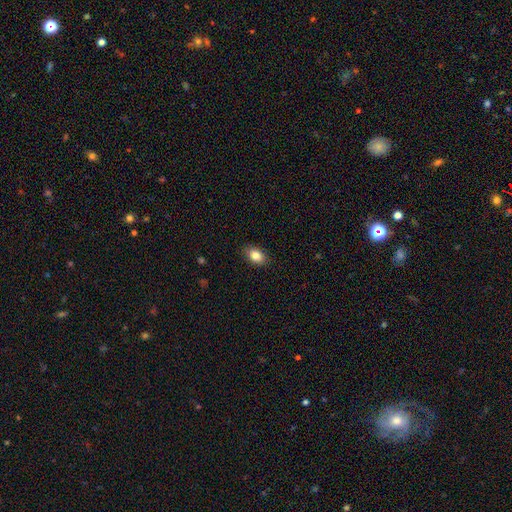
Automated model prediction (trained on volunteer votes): smooth 84%, star or artifact 8%, featured or disk 8%. Down the decision tree: how rounded — in between (85%); merging — none (88%).